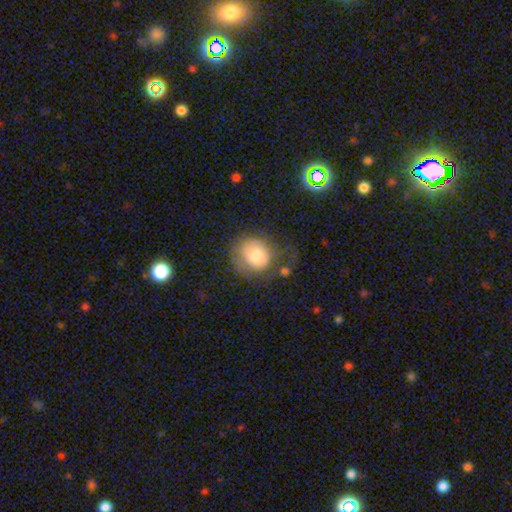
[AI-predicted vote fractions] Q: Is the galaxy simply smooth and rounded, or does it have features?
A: smooth — 71%.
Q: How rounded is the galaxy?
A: round — 82%.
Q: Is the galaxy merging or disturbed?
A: none — 53%.